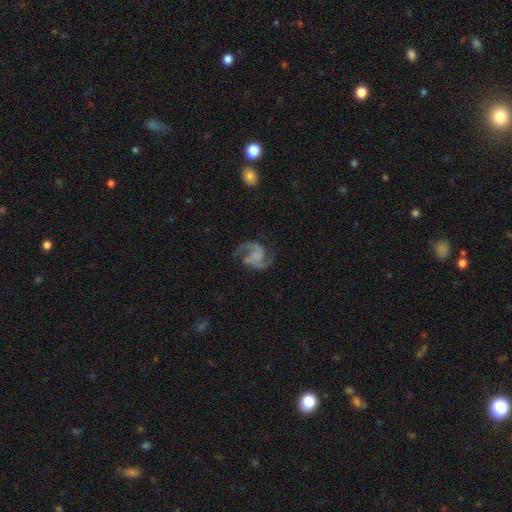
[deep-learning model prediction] A featured or disk galaxy (91%) with no bar (62%), 2 (92%) medium (57%) spiral arms (98%) and no central bulge (59%). Merging: none (76%).